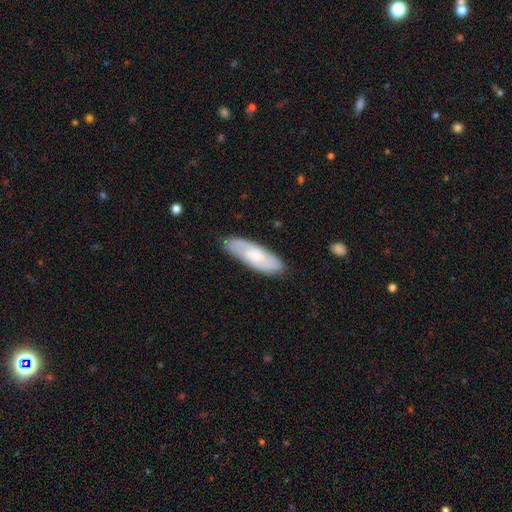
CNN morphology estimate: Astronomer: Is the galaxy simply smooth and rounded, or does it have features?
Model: smooth — 49% (runner-up: featured or disk, 45%).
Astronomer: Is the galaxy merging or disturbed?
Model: none — 81%.